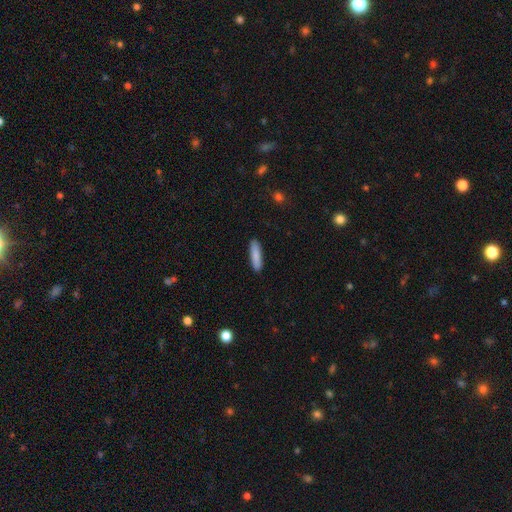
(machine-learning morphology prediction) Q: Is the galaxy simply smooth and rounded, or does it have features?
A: smooth — 87%.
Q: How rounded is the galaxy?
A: cigar-shaped — 76%.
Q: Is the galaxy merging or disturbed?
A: none — 90%.